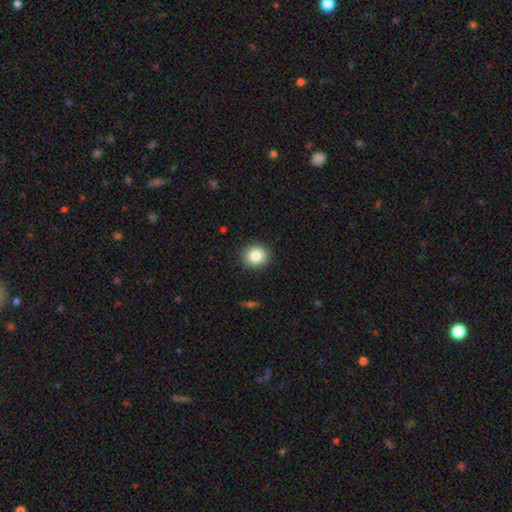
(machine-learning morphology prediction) Q: Smooth or featured?
A: smooth (84%); runner-up: star or artifact (9%)
Q: How rounded?
A: round (87%); runner-up: in between (12%)
Q: Merging?
A: none (90%); runner-up: minor disturbance (7%)